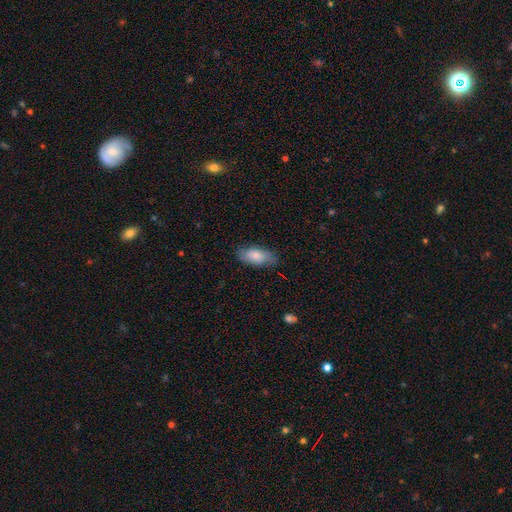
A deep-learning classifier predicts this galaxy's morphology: Smooth or featured: smooth — 79% (featured or disk — 15%)
How rounded: in between — 89% (cigar-shaped — 8%)
Merging: none — 74% (minor disturbance — 21%)